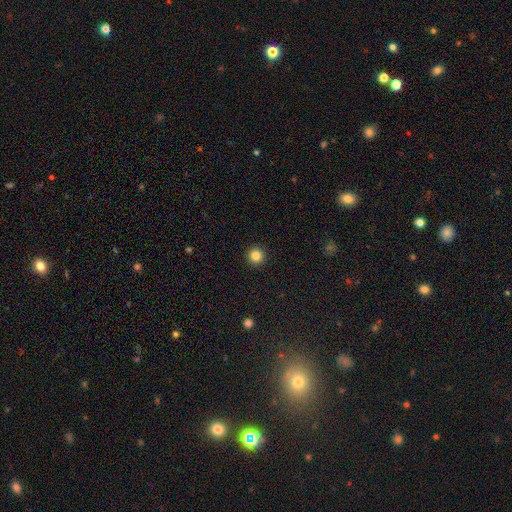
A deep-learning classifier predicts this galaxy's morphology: Overall: smooth (84%). How rounded: round (96%). Merging: none (93%).